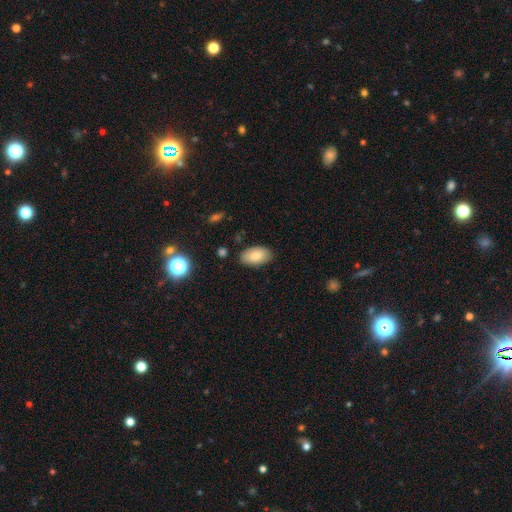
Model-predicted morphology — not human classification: Q: Smooth or featured?
A: smooth (83%); runner-up: featured or disk (10%)
Q: How rounded?
A: in between (94%); runner-up: round (4%)
Q: Merging?
A: none (85%); runner-up: minor disturbance (11%)